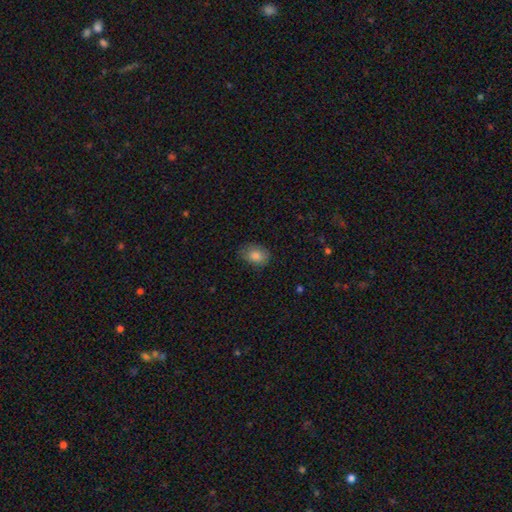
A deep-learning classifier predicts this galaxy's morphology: smooth 84%, star or artifact 8%, featured or disk 8%. Down the decision tree: how rounded — in between (80%); merging — none (77%).